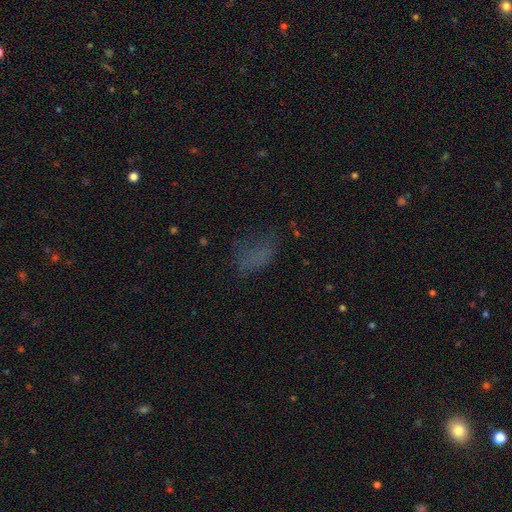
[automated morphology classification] smooth_or_featured: smooth (p=0.56) [alt: star or artifact p=0.27]
how_rounded: in between (p=0.84) [alt: round p=0.12]
merging: none (p=0.47) [alt: major disturbance p=0.27]